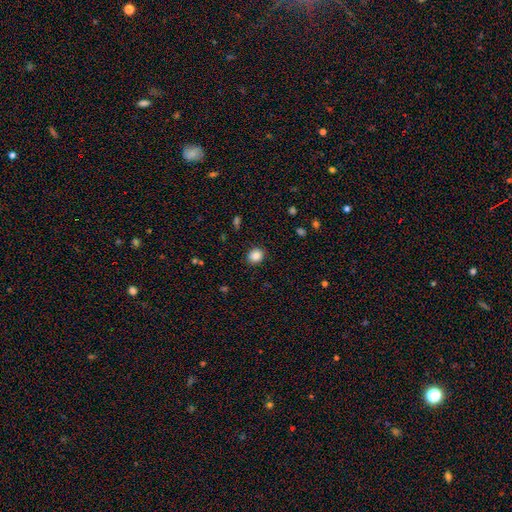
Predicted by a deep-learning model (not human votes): smooth 86%, star or artifact 10%, featured or disk 4%. Down the decision tree: how rounded — round (63%); merging — none (89%).